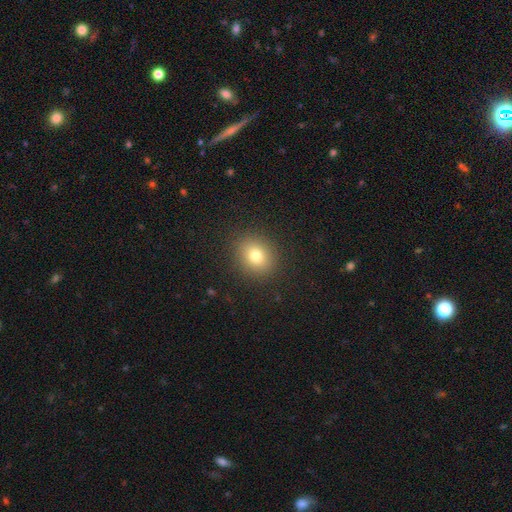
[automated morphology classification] smooth 78%, star or artifact 13%, featured or disk 9%. Down the decision tree: how rounded — round (71%); merging — none (90%).